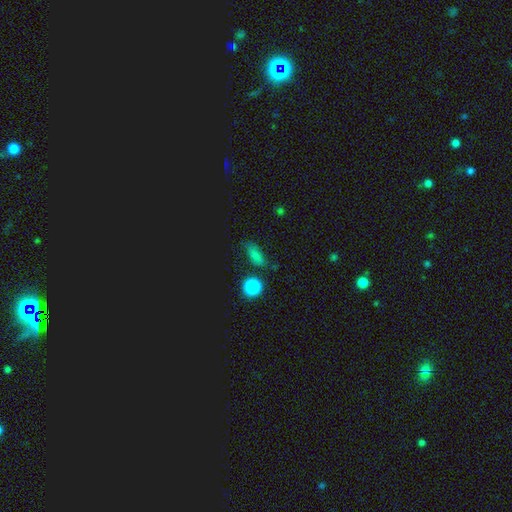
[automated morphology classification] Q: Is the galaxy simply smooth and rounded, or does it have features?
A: smooth — 67%.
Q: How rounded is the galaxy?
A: in between — 72%.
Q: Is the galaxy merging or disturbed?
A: none — 73%.